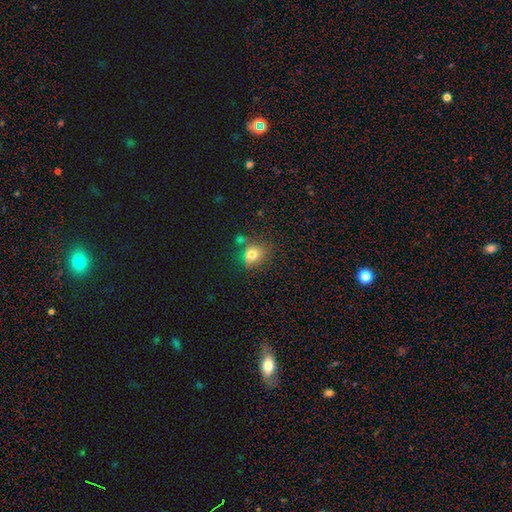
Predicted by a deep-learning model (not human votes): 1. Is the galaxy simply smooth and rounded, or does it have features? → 72% smooth, 19% star or artifact, 10% featured or disk.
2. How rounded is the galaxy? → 63% round, 36% in between, 2% cigar-shaped.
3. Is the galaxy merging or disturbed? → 71% none, 14% minor disturbance, 10% merger, 4% major disturbance.